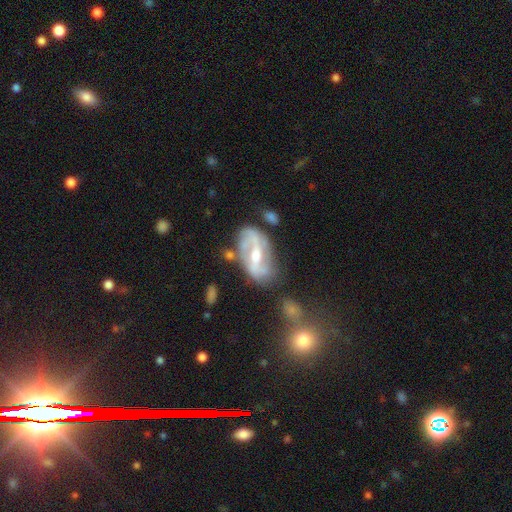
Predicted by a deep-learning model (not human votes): smooth-or-featured: featured or disk: 81% | smooth: 12% | star or artifact: 7%
  disk-edge-on: no: 94% | yes: 6%
    bar: strong: 49% | weak: 34% | no: 17%
    has-spiral-arms: yes: 85% | no: 15%
      spiral-winding: medium: 38% (tied) | loose: 38% (tied) | tight: 24%
      spiral-arm-count: 2: 76% | can't tell: 13% | 3: 5% | 1: 3% | 4: 2% | more than 4: 1%
    bulge-size: moderate: 57% | small: 38% | large: 2% | none: 1% | dominant: 1%
  merging: none: 62% | minor disturbance: 22% | major disturbance: 10% | merger: 7%